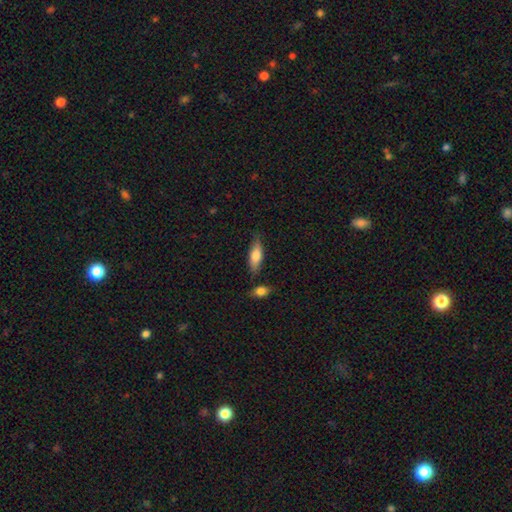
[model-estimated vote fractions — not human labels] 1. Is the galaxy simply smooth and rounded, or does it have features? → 73% smooth, 21% featured or disk, 6% star or artifact.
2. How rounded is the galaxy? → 62% in between, 35% cigar-shaped, 2% round.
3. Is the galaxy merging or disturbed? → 73% none, 16% minor disturbance, 7% merger, 4% major disturbance.